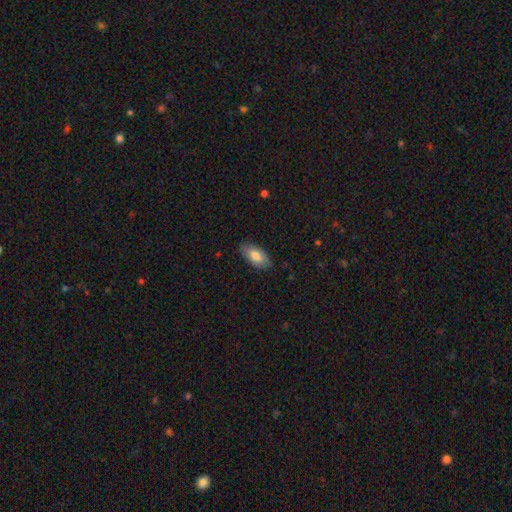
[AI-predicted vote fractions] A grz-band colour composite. It shows a smooth galaxy with no disk features (79%) that is in between round and cigar-shaped (92%). Merging: none (83%).